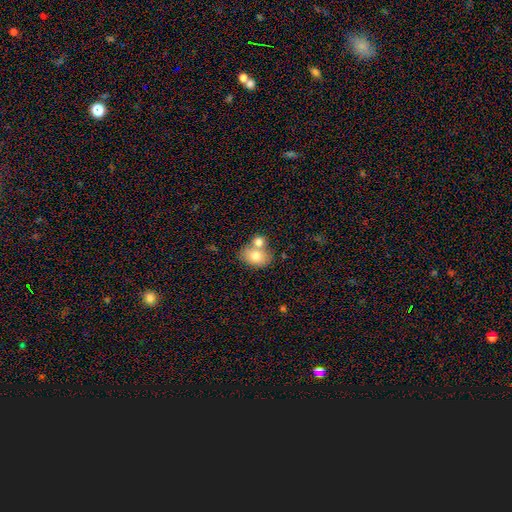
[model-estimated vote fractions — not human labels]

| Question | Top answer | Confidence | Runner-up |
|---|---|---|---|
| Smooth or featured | smooth | 74% | featured or disk (18%) |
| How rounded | in between | 64% | round (35%) |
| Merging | merger | 44% | none (42%) |